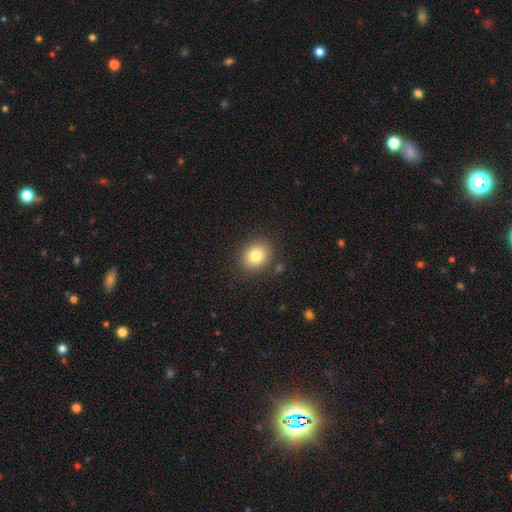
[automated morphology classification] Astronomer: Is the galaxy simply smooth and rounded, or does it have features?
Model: smooth — 82%.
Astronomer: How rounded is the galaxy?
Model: round — 67%.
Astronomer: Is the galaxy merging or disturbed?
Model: none — 86%.